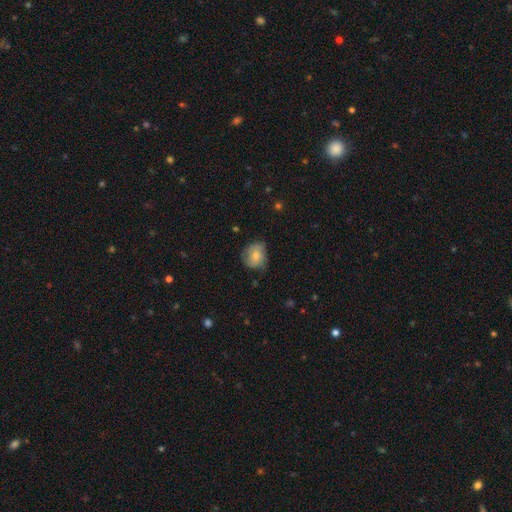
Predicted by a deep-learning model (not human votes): This appears to be a smooth galaxy with no disk features (68%) that is round (69%). Merging: none (58%).